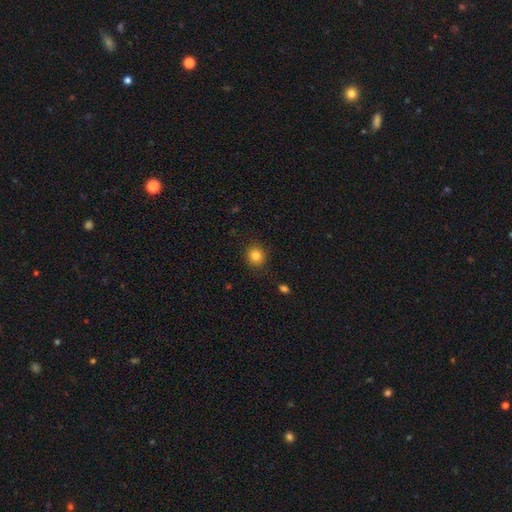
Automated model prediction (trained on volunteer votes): Q: Smooth or featured?
A: smooth (84%); runner-up: star or artifact (11%)
Q: How rounded?
A: round (86%); runner-up: in between (13%)
Q: Merging?
A: none (89%); runner-up: minor disturbance (8%)